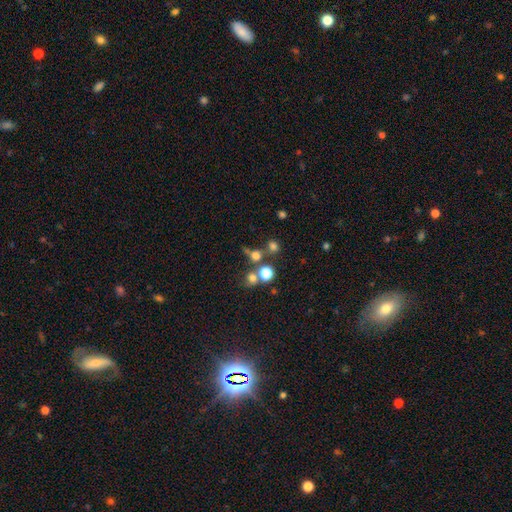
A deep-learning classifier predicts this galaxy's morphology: A smooth galaxy with no disk features (64%) that is round (86%). Merging: none (59%).